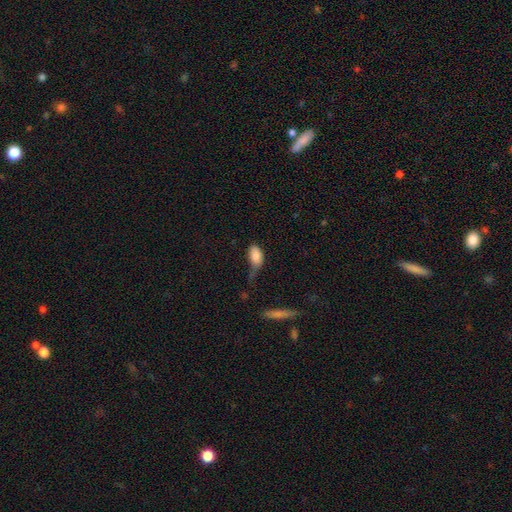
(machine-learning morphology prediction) The model was most divided on "merging": minor disturbance: 37%, major disturbance: 34%, none: 23%, merger: 7%. More confident: how rounded — in between (91%); smooth or featured — smooth (83%).